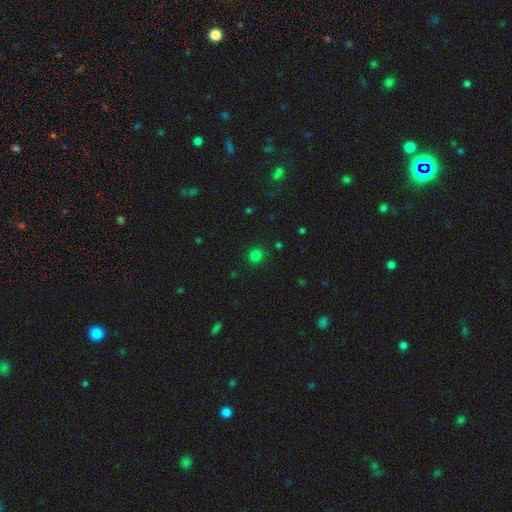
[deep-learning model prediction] Q: Smooth or featured?
A: smooth (79%); runner-up: star or artifact (17%)
Q: How rounded?
A: round (93%); runner-up: in between (6%)
Q: Merging?
A: none (88%); runner-up: minor disturbance (8%)